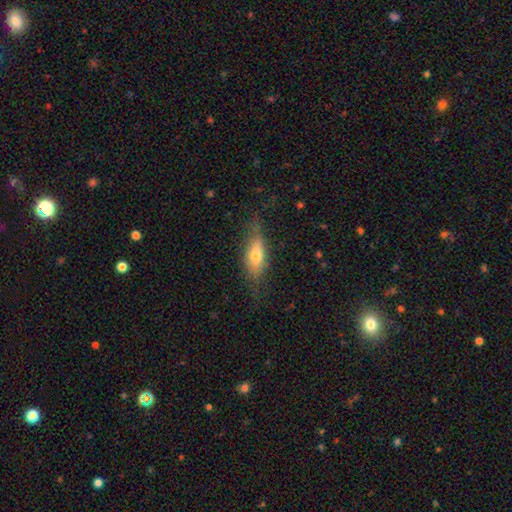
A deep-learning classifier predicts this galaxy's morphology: Smooth or featured: smooth — 62% (featured or disk — 31%)
How rounded: in between — 61% (cigar-shaped — 36%)
Merging: none — 69% (minor disturbance — 21%)